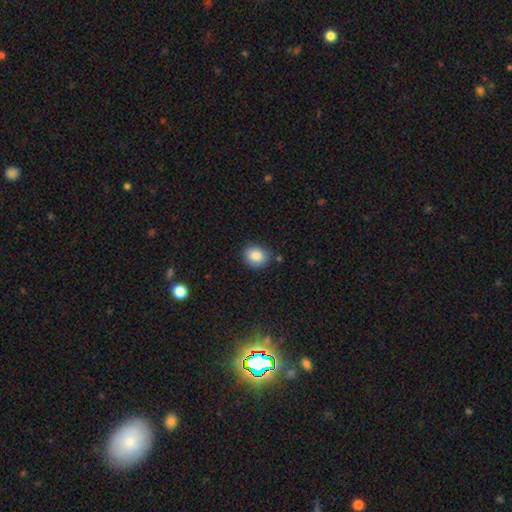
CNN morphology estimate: type=smooth (85%); roundness=round (65%); merging=none (80%).